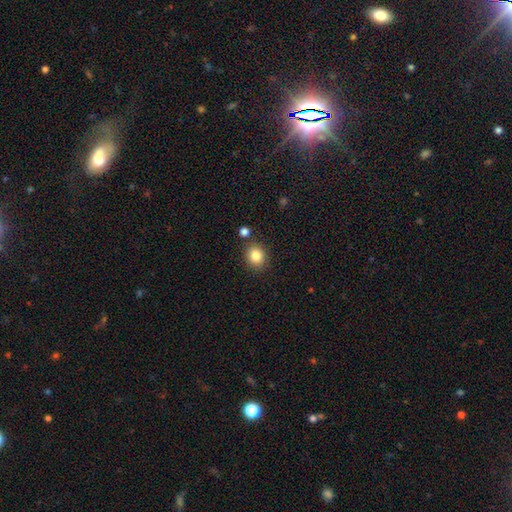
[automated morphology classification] smooth-or-featured: smooth: 84% | star or artifact: 10% | featured or disk: 6%
  how-rounded: round: 74% | in between: 25% | cigar-shaped: 1%
  merging: none: 84% | minor disturbance: 8% | merger: 5% | major disturbance: 2%